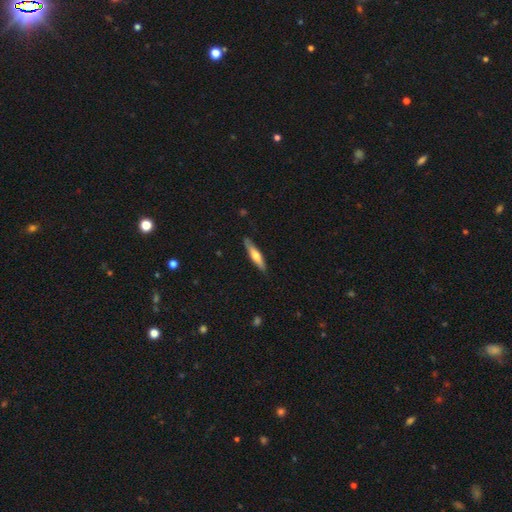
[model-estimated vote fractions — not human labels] Smooth or featured? Predicted: smooth (p=0.51). How rounded? Predicted: cigar-shaped (p=0.83). Merging? Predicted: none (p=0.85).